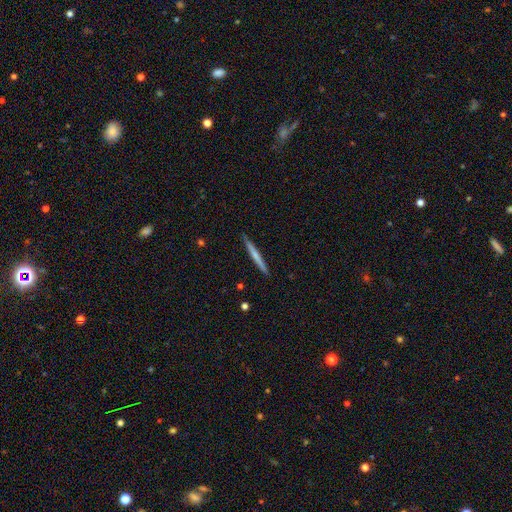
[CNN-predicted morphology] A smooth galaxy with no disk features (50%) that is cigar-shaped (97%). Merging: none (91%).